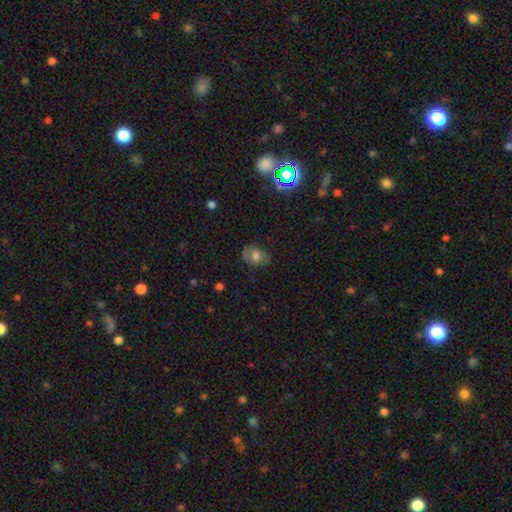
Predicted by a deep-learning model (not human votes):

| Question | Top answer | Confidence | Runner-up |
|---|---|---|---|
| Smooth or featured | smooth | 62% | featured or disk (26%) |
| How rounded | in between | 66% | round (33%) |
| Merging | none | 70% | minor disturbance (21%) |